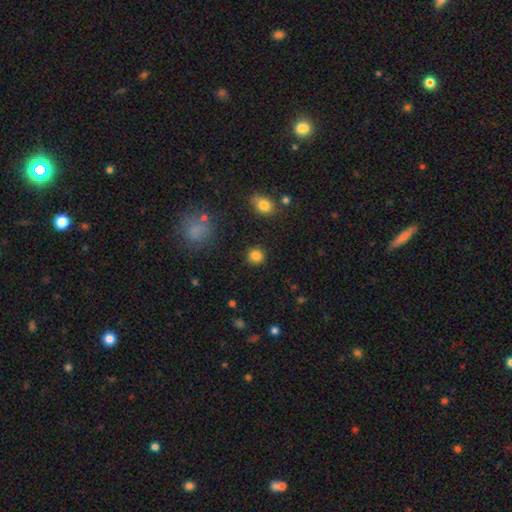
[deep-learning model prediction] smooth-or-featured: smooth: 83% | star or artifact: 11% | featured or disk: 5%
  how-rounded: round: 91% | in between: 8% | cigar-shaped: 1%
  merging: none: 90% | minor disturbance: 6% | major disturbance: 2% | merger: 2%